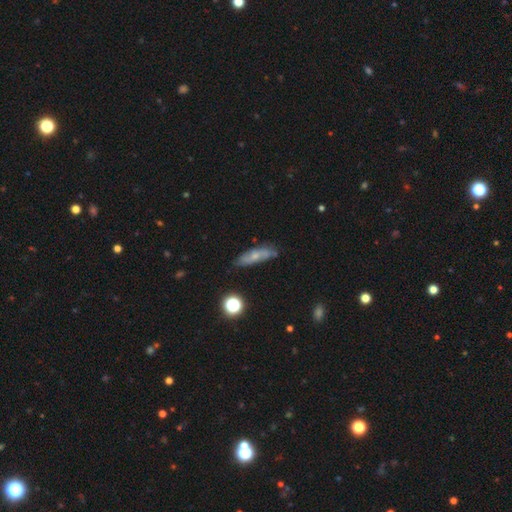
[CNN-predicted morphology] Smooth or featured? smooth (49%)
Merging? none (69%)